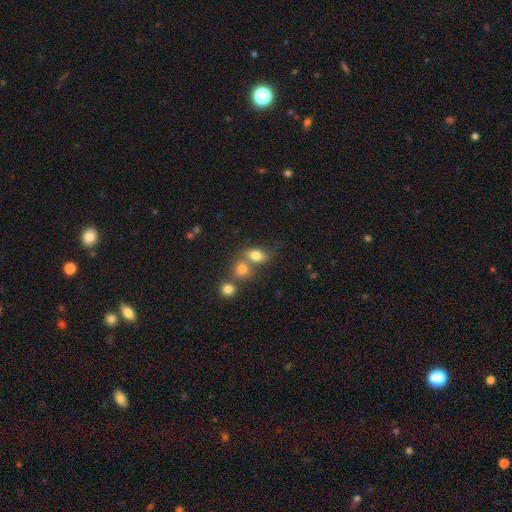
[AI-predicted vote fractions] Smooth or featured? Predicted: smooth (p=0.78). How rounded? Predicted: in between (p=0.68). Merging? Predicted: merger (p=0.43).